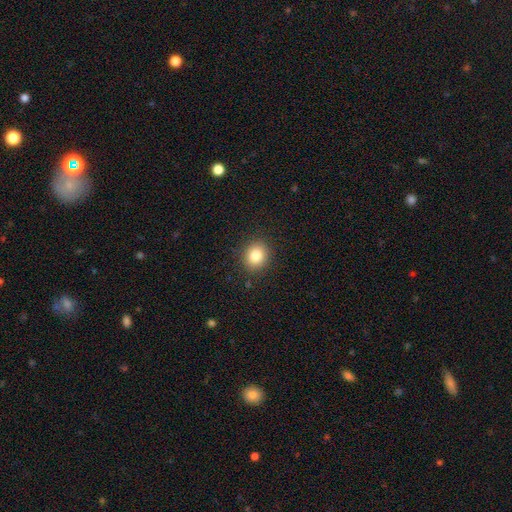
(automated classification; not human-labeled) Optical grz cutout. It shows a smooth galaxy with no disk features (83%) that is round (76%). Merging: none (90%).